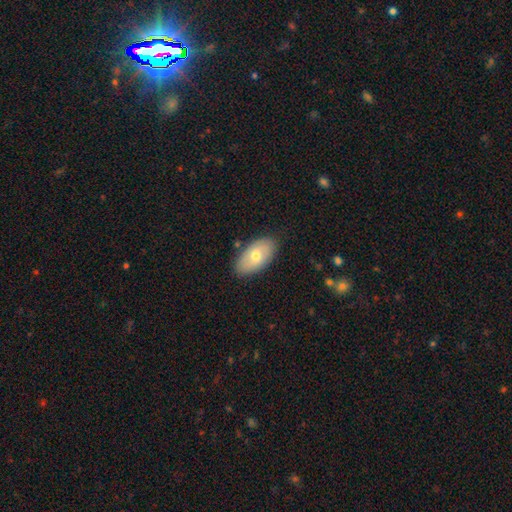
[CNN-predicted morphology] Overall: smooth (67%). How rounded: in between (94%). Merging: none (84%).